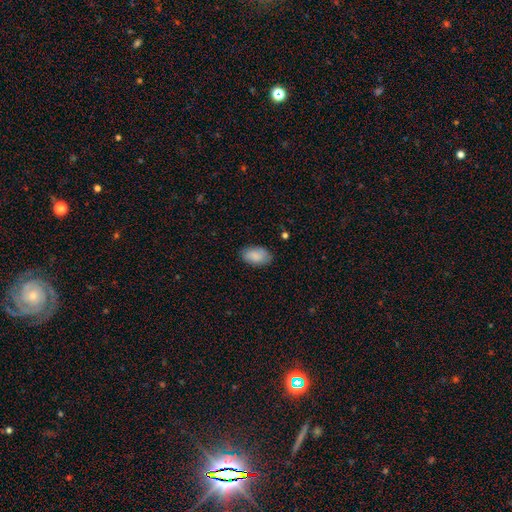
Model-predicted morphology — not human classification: A smooth galaxy with no disk features (86%) that is in between round and cigar-shaped (93%). Merging: none (82%).